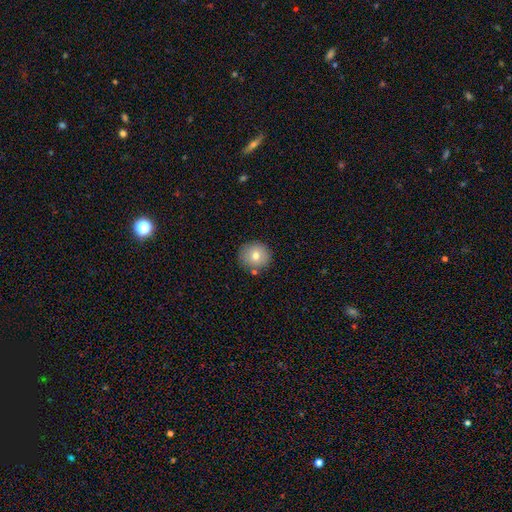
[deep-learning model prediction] This appears to be a smooth galaxy with no disk features (76%) that is round (91%). Merging: none (84%).